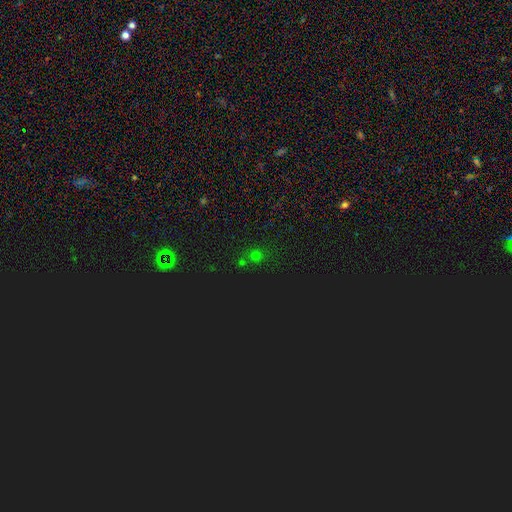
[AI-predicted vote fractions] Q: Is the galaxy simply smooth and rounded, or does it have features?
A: smooth — 48%.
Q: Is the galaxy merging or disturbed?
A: none — 70%.